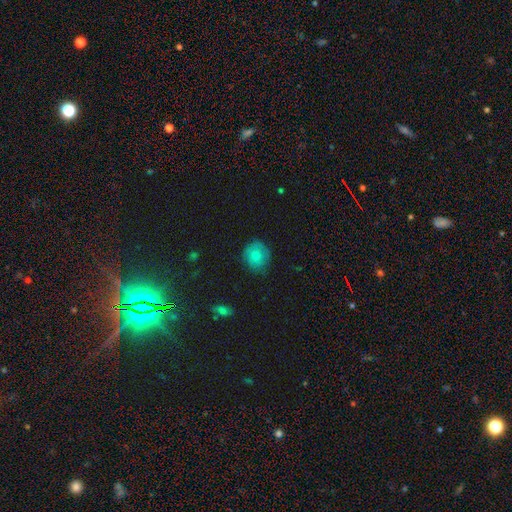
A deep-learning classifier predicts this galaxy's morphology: Q: Smooth or featured?
A: smooth (78%); runner-up: featured or disk (14%)
Q: How rounded?
A: round (79%); runner-up: in between (20%)
Q: Merging?
A: none (75%); runner-up: minor disturbance (19%)